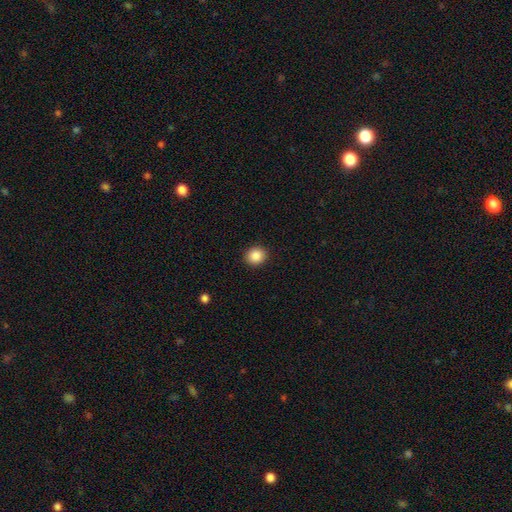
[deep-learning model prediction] This appears to be a smooth galaxy with no disk features (87%) that is round (82%). Merging: none (92%).